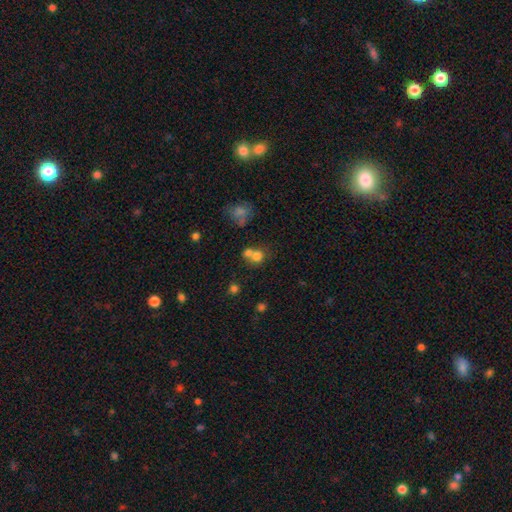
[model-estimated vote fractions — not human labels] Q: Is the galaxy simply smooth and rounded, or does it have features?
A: smooth — 73%.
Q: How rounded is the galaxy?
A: round — 78%.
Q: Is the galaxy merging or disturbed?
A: merger — 50%.